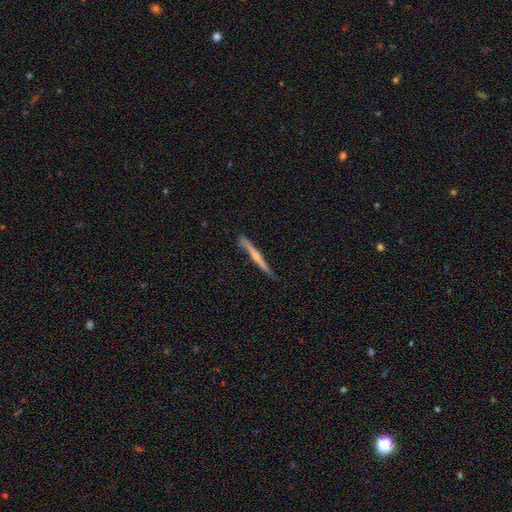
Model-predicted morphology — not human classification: Smooth or featured?
  - featured or disk: 59% *
  - smooth: 30%
  - star or artifact: 11%
Edge-on disk?
  - yes: 94% *
  - no: 6%
Edge-on bulge?
  - rounded: 54% *
  - none: 37%
  - boxy: 9%
Merging?
  - none: 85% *
  - minor disturbance: 10%
  - major disturbance: 2%
  - merger: 2%